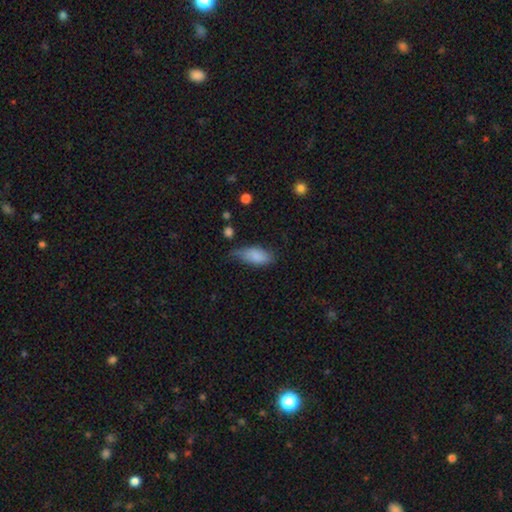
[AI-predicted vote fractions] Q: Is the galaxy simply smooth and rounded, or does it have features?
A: smooth — 83%.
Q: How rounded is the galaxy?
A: in between — 88%.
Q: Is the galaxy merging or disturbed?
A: none — 46%.